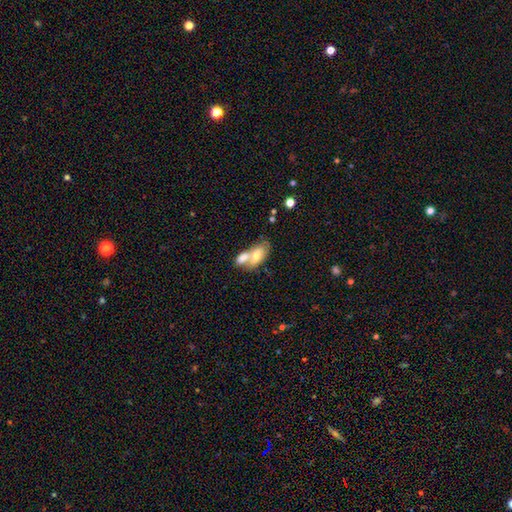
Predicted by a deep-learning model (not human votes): The model was most divided on "smooth or featured": smooth: 66%, featured or disk: 28%, star or artifact: 7%. More confident: how rounded — in between (88%); merging — merger (66%).